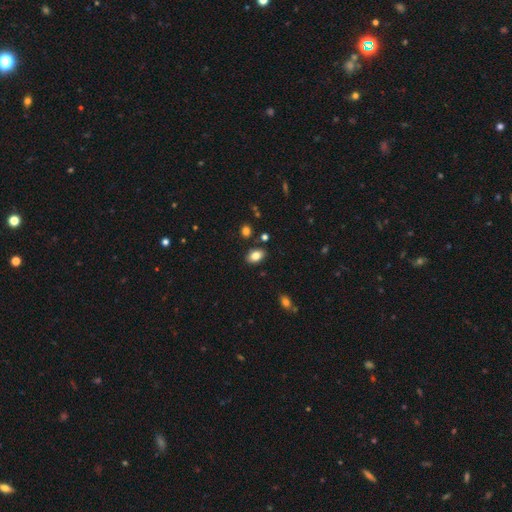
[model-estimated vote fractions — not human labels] A smooth galaxy with no disk features (82%) that is in between round and cigar-shaped (88%).

Vote fractions:
- Smooth or featured? smooth: 82% / featured or disk: 9% / star or artifact: 9%
- How rounded? in between: 88% / round: 11% / cigar-shaped: 2%
- Merging? none: 84% / minor disturbance: 10% / merger: 4% / major disturbance: 2%